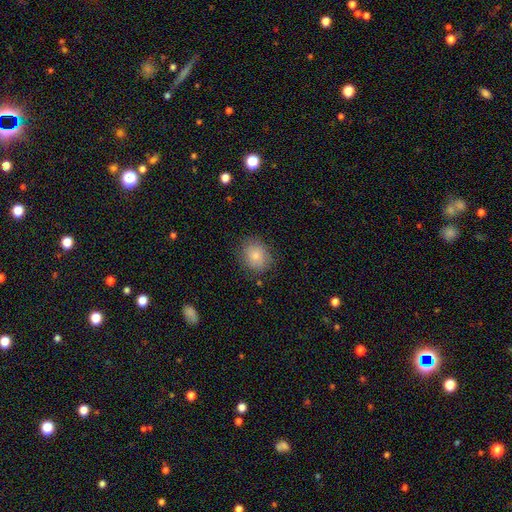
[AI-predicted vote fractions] smooth-or-featured: smooth: 81% | featured or disk: 10% | star or artifact: 9%
  how-rounded: round: 65% | in between: 34% | cigar-shaped: 1%
  merging: none: 80% | minor disturbance: 14% | major disturbance: 4% | merger: 1%